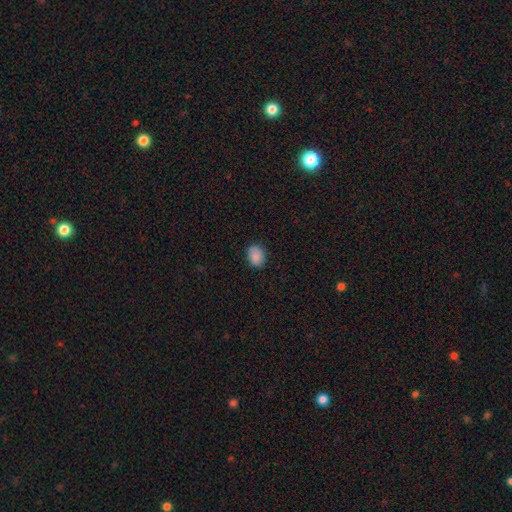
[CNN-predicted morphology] Smooth or featured? Predicted: smooth (p=0.88). How rounded? Predicted: in between (p=0.59). Merging? Predicted: none (p=0.85).